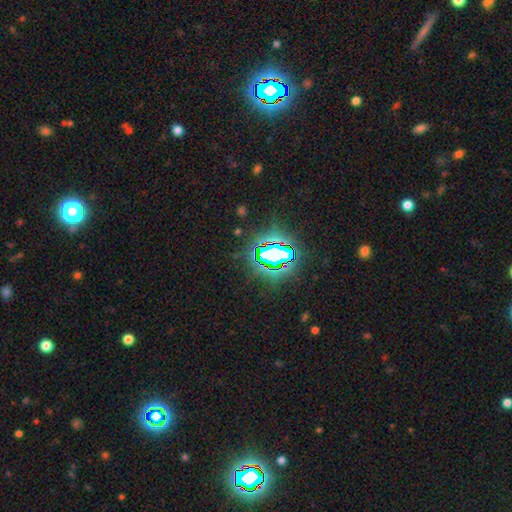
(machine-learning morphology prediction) smooth_or_featured: star or artifact (p=0.79) [alt: smooth p=0.12]